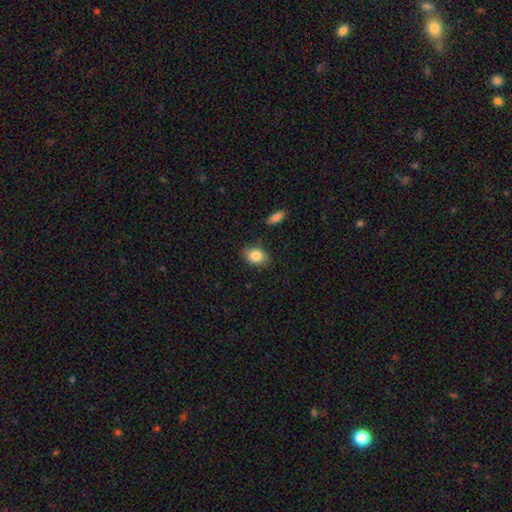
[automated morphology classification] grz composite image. It shows a smooth galaxy with no disk features (85%) that is in between round and cigar-shaped (73%). Merging: none (80%).